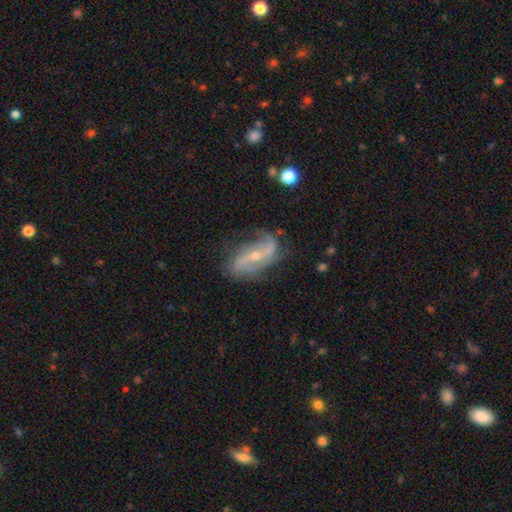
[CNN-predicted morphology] featured or disk 85%, smooth 8%, star or artifact 7%. Down the decision tree: edge-on disk — no (93%); bar — strong (39%); spiral arms — yes (94%); spiral arm count — 2 (83%); spiral winding — loose (62%); bulge size — small (65%); merging — none (69%).